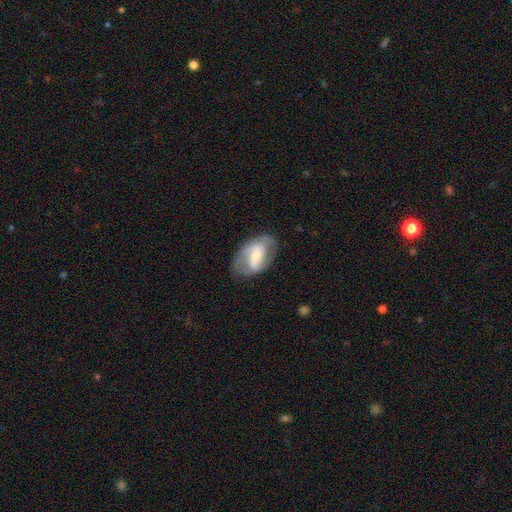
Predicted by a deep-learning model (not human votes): This is likely a featured or disk galaxy (74%). It is clearly not viewed edge-on (96%). Bar: marginally weak (44%). Spiral arm pattern: clearly yes (89%). Spiral arm count: likely 2 (80%). Spiral winding: possibly medium (46%). Central bulge: possibly small (46%, tied with moderate). Merging: likely none (69%).